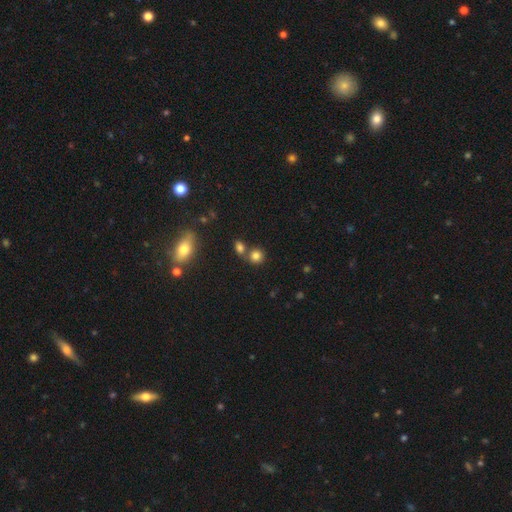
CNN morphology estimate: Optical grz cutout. It shows a smooth galaxy with no disk features (80%) that is round (82%). Merging: none (59%).